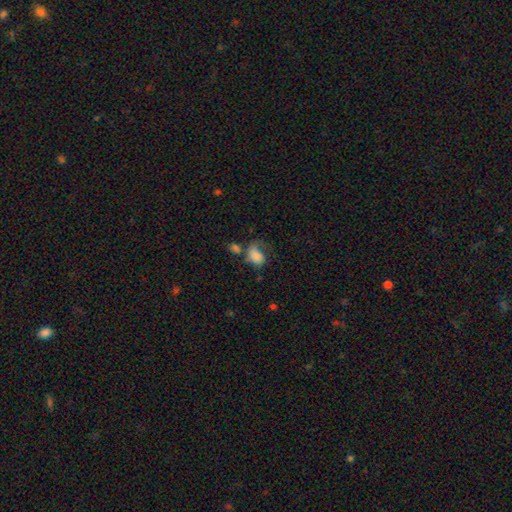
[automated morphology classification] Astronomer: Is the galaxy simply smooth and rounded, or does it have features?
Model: smooth — 74%.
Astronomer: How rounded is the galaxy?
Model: in between — 79%.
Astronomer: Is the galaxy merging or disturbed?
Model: major disturbance — 34% (runner-up: none, 25%).